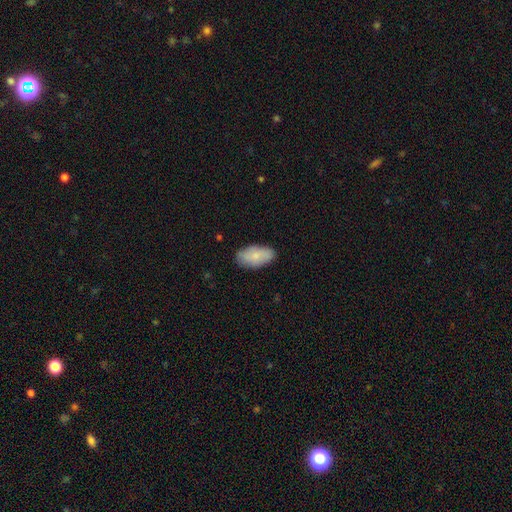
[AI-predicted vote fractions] Overall: smooth (82%). How rounded: in between (94%). Merging: none (83%).